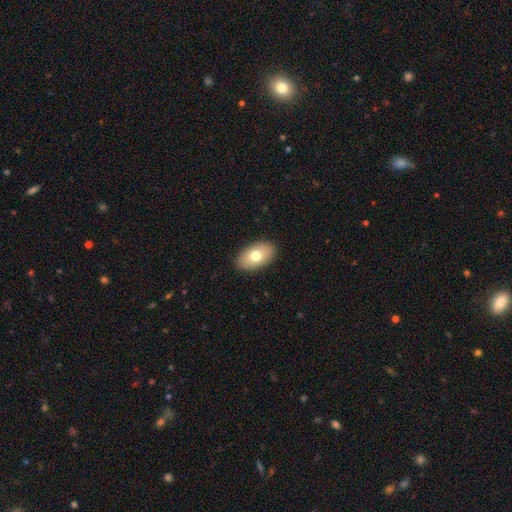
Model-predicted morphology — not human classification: Q: Smooth or featured?
A: smooth (73%); runner-up: featured or disk (20%)
Q: How rounded?
A: in between (93%); runner-up: round (6%)
Q: Merging?
A: none (89%); runner-up: minor disturbance (8%)